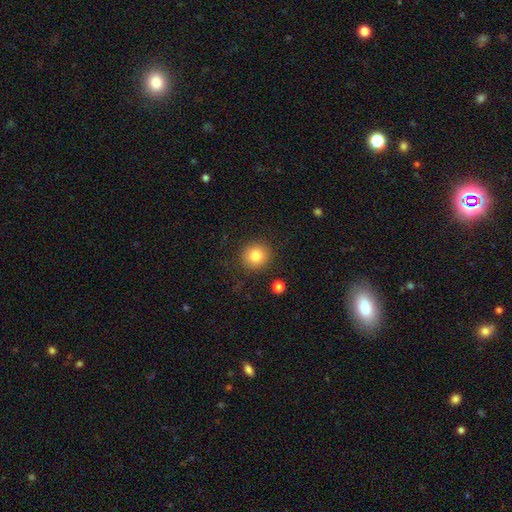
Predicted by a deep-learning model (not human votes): Overall: smooth (82%). How rounded: round (92%). Merging: none (88%).